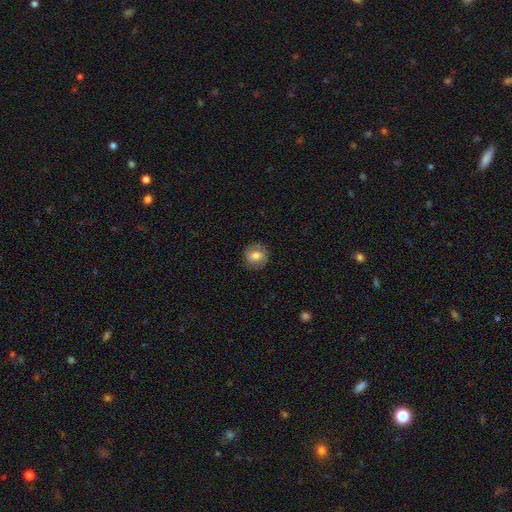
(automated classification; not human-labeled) Overall: smooth (69%). How rounded: round (86%). Merging: none (85%).